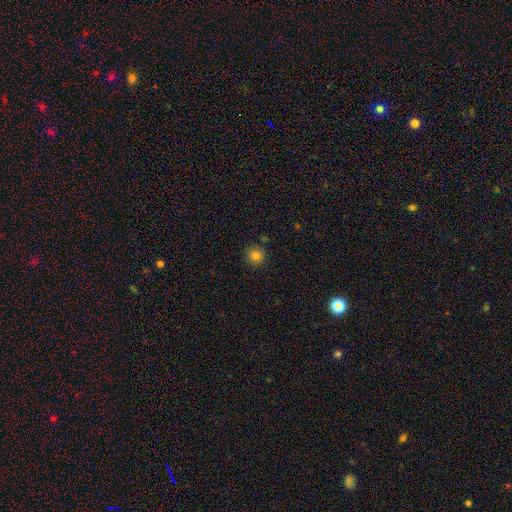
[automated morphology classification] This is likely a smooth galaxy (80%). How rounded: clearly round (94%). Merging: clearly none (88%).